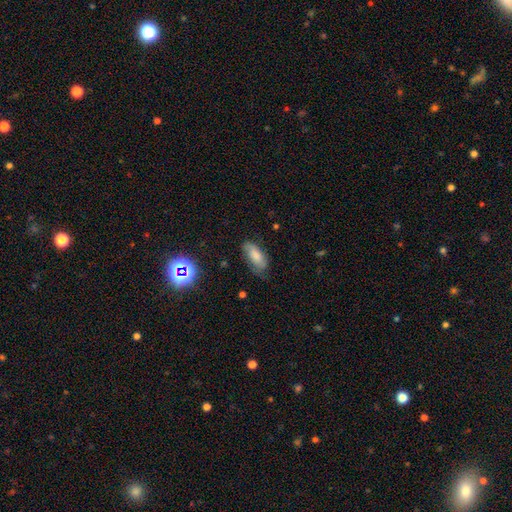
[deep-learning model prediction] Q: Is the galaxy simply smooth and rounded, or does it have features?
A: smooth — 68%.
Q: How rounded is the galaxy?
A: in between — 86%.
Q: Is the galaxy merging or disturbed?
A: none — 61%.